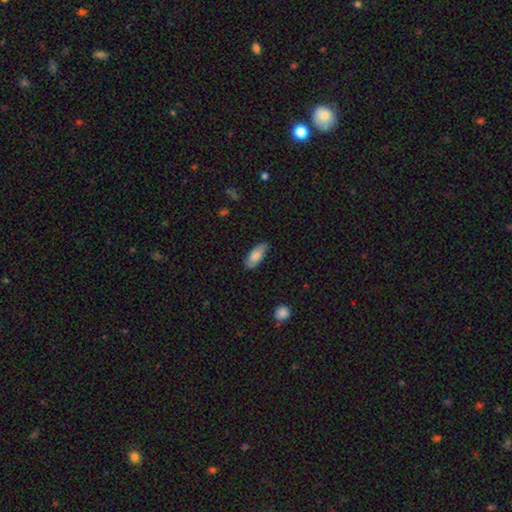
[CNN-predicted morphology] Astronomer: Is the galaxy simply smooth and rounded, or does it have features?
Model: smooth — 82%.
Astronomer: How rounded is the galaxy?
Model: in between — 79%.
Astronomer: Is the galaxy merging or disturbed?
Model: none — 76%.